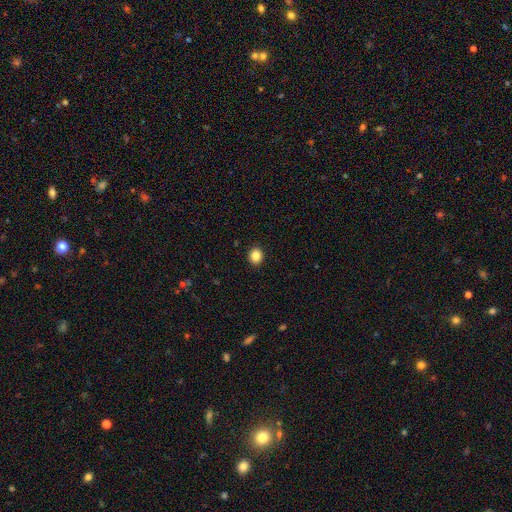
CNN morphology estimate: Smooth or featured? smooth (86%)
How rounded? round (76%)
Merging? none (92%)